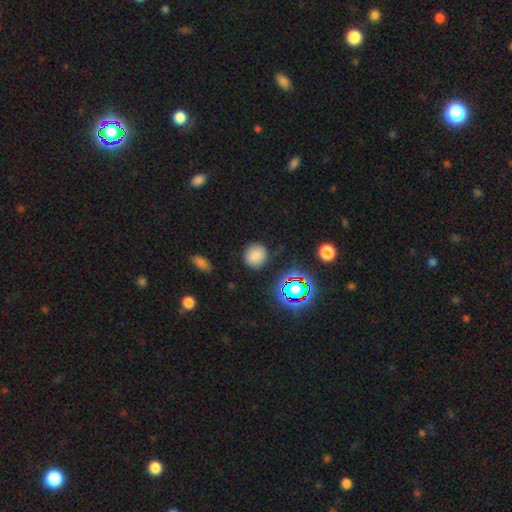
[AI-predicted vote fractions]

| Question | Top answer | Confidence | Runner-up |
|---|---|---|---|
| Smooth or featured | smooth | 79% | star or artifact (14%) |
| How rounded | round | 84% | in between (15%) |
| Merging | none | 86% | minor disturbance (9%) |